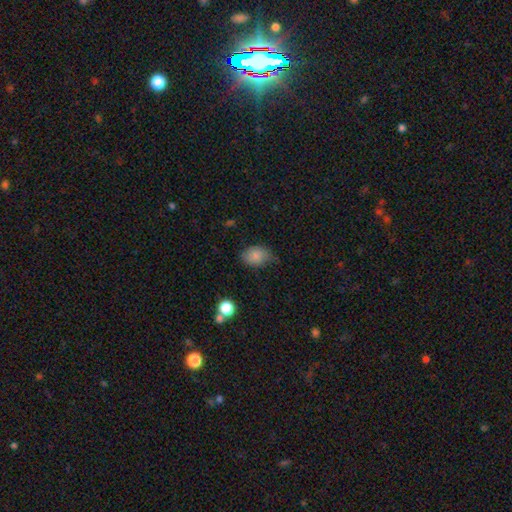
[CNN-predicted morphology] A smooth galaxy with no disk features (84%) that is in between round and cigar-shaped (76%).

Vote fractions:
- Smooth or featured? smooth: 84% / star or artifact: 9% / featured or disk: 7%
- How rounded? in between: 76% / round: 23% / cigar-shaped: 1%
- Merging? none: 62% / minor disturbance: 29% / major disturbance: 7% / merger: 2%